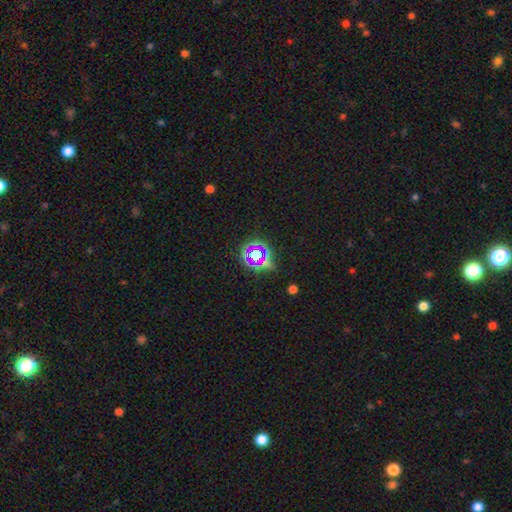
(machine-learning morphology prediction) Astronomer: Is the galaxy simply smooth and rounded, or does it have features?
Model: star or artifact — 65%.